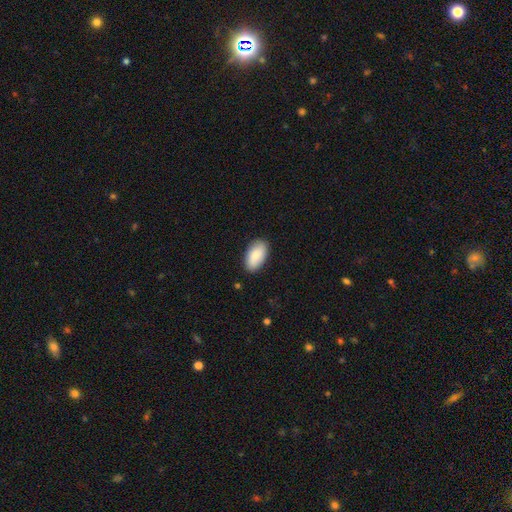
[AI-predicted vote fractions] Q: Smooth or featured?
A: smooth (85%); runner-up: featured or disk (10%)
Q: How rounded?
A: in between (95%); runner-up: round (3%)
Q: Merging?
A: none (87%); runner-up: minor disturbance (10%)